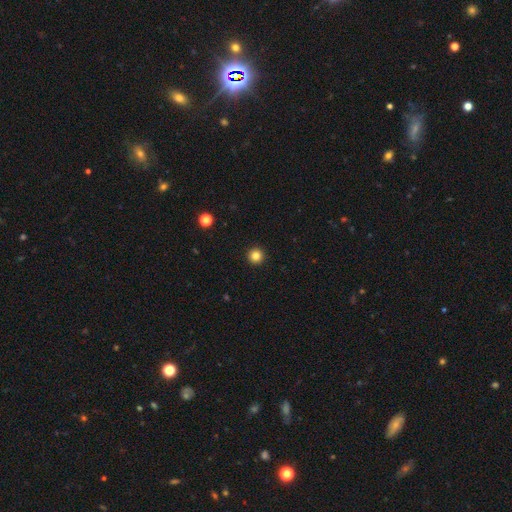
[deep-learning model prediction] smooth_or_featured: smooth (p=0.84) [alt: star or artifact p=0.12]
how_rounded: round (p=0.97) [alt: in between p=0.02]
merging: none (p=0.94) [alt: minor disturbance p=0.04]